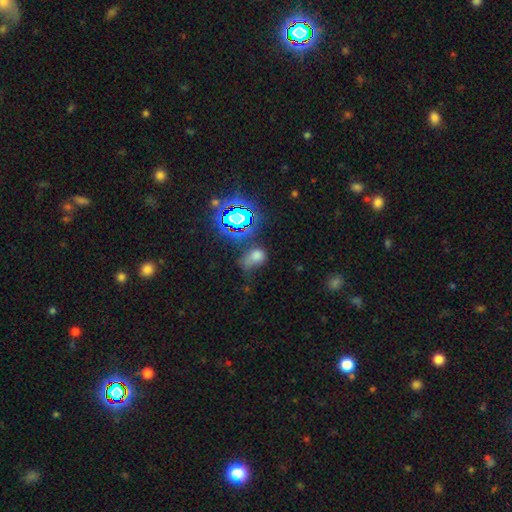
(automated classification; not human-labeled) Smooth or featured?
  - smooth: 58% *
  - star or artifact: 32%
  - featured or disk: 11%
How rounded?
  - in between: 59% *
  - round: 39%
  - cigar-shaped: 2%
Merging?
  - none: 39% *
  - minor disturbance: 28%
  - major disturbance: 23%
  - merger: 10%